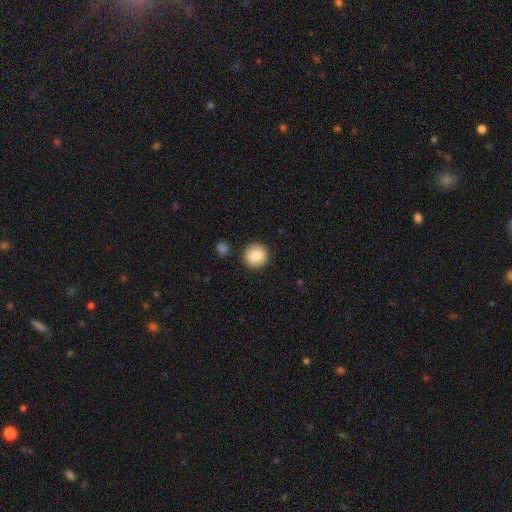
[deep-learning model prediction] smooth 84%, star or artifact 8%, featured or disk 8%. Down the decision tree: how rounded — round (93%); merging — none (88%).